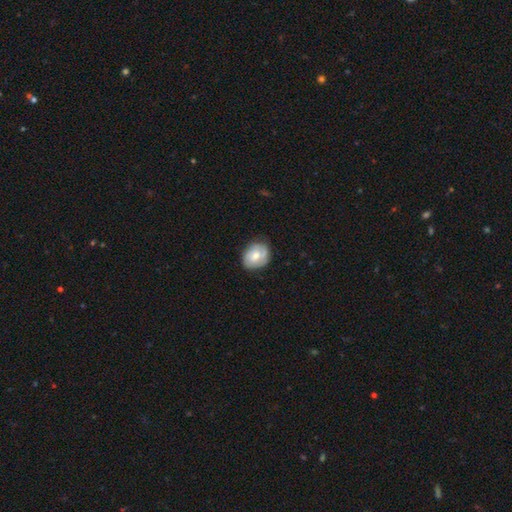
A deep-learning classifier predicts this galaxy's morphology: This is possibly a smooth galaxy (56%). How rounded: possibly round (55%). Merging: likely none (71%).